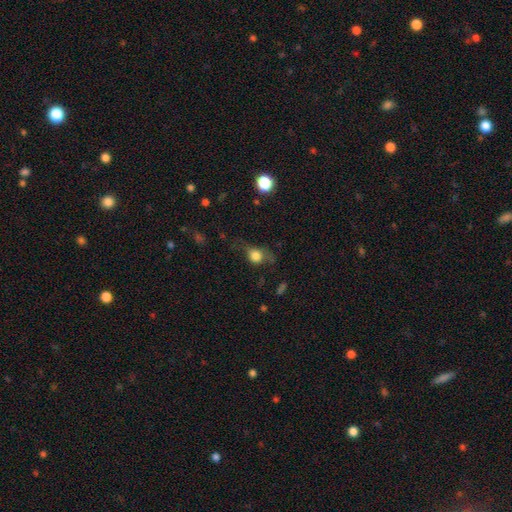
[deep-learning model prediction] Smooth or featured? smooth (73%)
How rounded? round (58%)
Merging? none (44%)